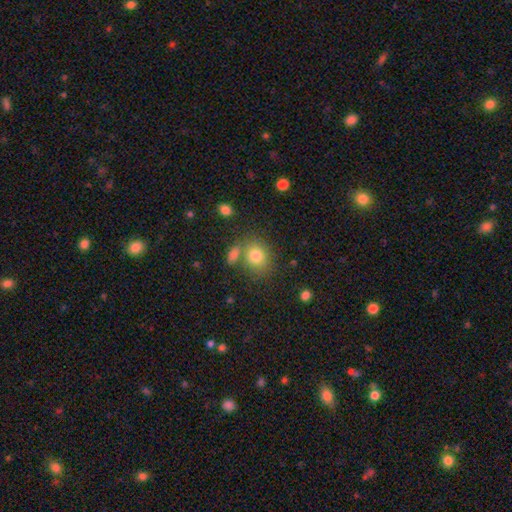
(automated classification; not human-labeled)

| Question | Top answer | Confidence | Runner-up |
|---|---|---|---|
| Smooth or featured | smooth | 79% | star or artifact (11%) |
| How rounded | round | 63% | in between (36%) |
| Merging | none | 63% | merger (20%) |